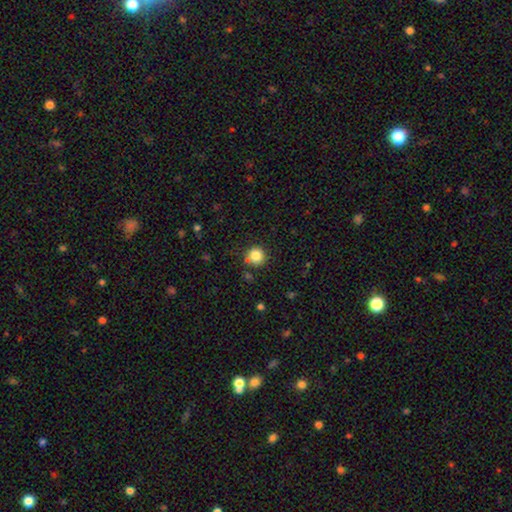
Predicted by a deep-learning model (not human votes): Smooth or featured: smooth — 84% (star or artifact — 11%)
How rounded: round — 93% (in between — 7%)
Merging: none — 78% (minor disturbance — 14%)